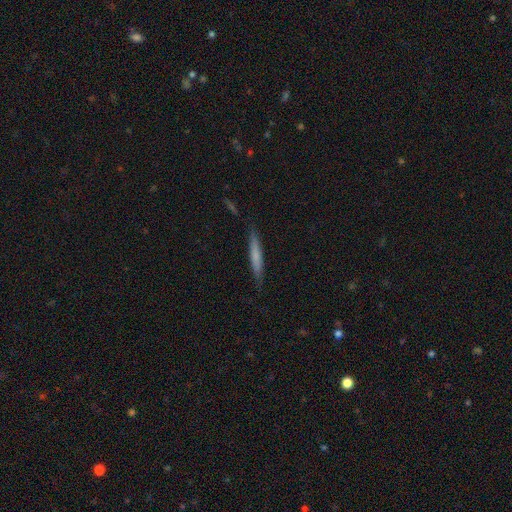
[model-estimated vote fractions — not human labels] This is likely a smooth galaxy (65%). How rounded: clearly cigar-shaped (94%). Merging: clearly none (85%).